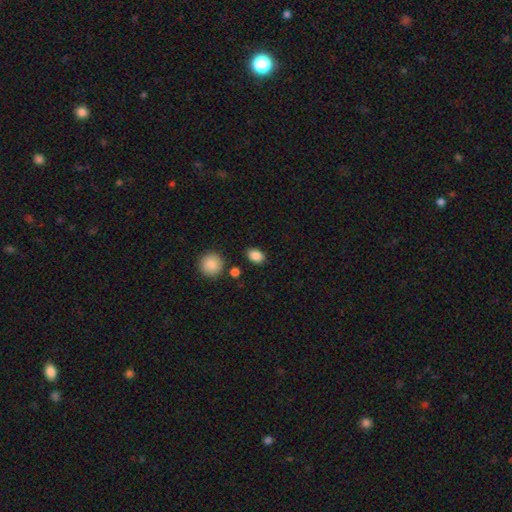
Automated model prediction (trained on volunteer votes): Q: Smooth or featured?
A: smooth (86%); runner-up: star or artifact (10%)
Q: How rounded?
A: in between (71%); runner-up: round (28%)
Q: Merging?
A: none (84%); runner-up: minor disturbance (9%)